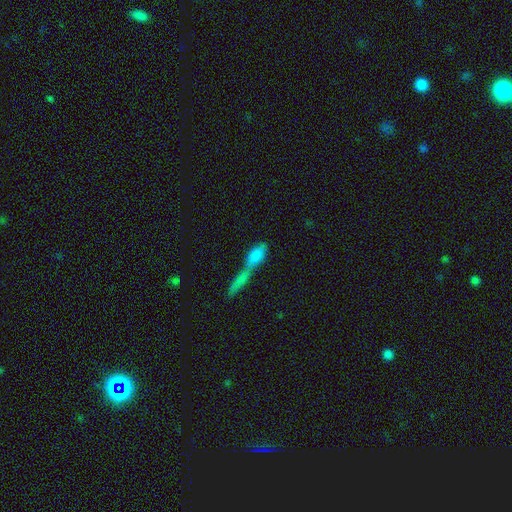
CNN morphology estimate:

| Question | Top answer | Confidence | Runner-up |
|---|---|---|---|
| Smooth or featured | smooth | 74% | featured or disk (17%) |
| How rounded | in between | 63% | cigar-shaped (29%) |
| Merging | merger | 71% | none (16%) |